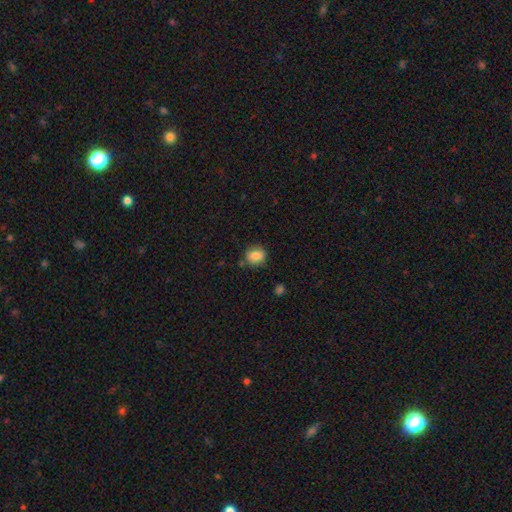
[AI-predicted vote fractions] Smooth or featured? Predicted: smooth (p=0.84). How rounded? Predicted: round (p=0.68). Merging? Predicted: none (p=0.78).